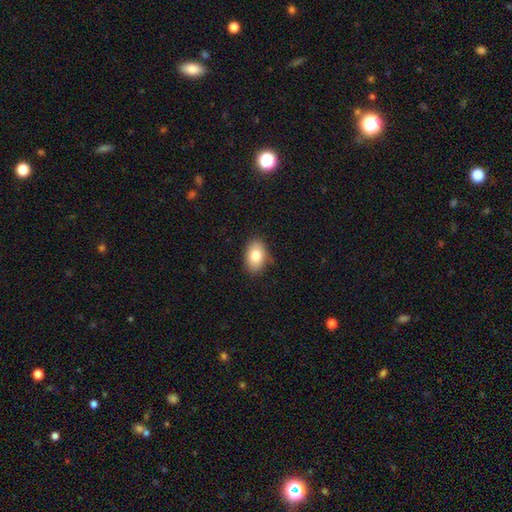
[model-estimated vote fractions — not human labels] smooth_or_featured: smooth (p=0.81) [alt: featured or disk p=0.11]
how_rounded: in between (p=0.87) [alt: round p=0.12]
merging: none (p=0.85) [alt: minor disturbance p=0.12]